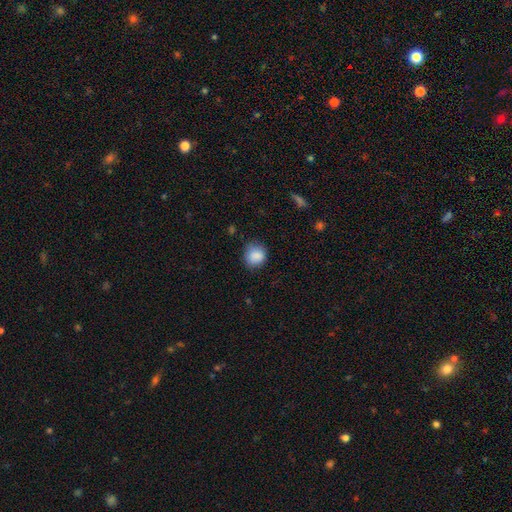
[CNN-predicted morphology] smooth 87%, star or artifact 8%, featured or disk 5%. Down the decision tree: how rounded — round (83%); merging — none (75%).